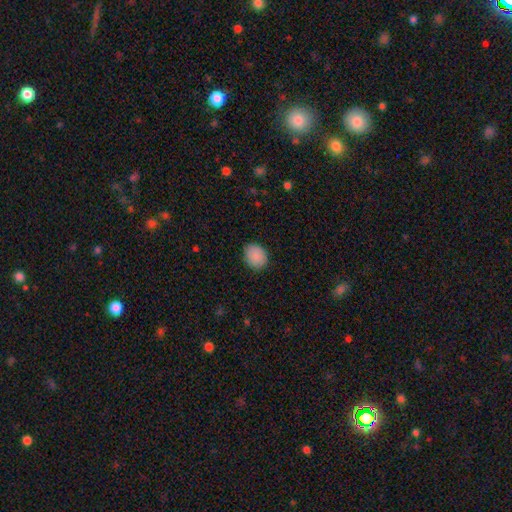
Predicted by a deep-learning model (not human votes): Smooth or featured? smooth (89%)
How rounded? round (55%)
Merging? none (86%)